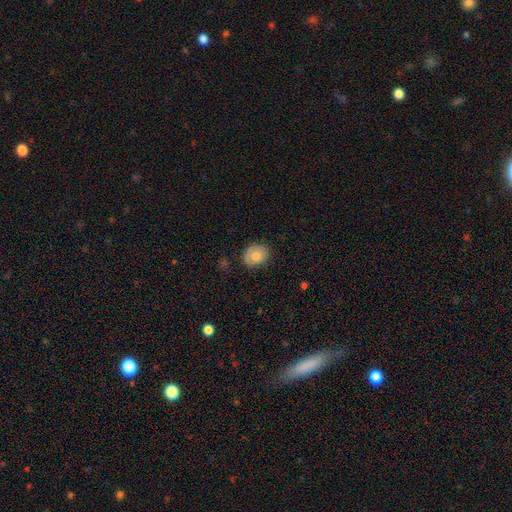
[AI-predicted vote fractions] Smooth or featured? Predicted: smooth (p=0.73). How rounded? Predicted: round (p=0.60). Merging? Predicted: none (p=0.74).